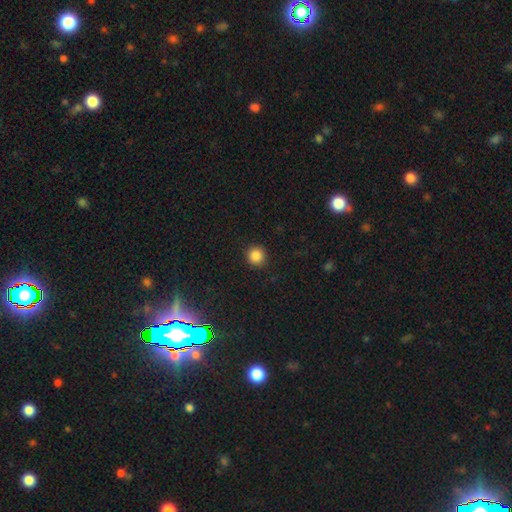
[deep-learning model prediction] A smooth galaxy with no disk features (86%) that is round (94%).

Vote fractions:
- Smooth or featured? smooth: 86% / star or artifact: 11% / featured or disk: 3%
- How rounded? round: 94% / in between: 5% / cigar-shaped: 1%
- Merging? none: 91% / minor disturbance: 6% / major disturbance: 2% / merger: 1%